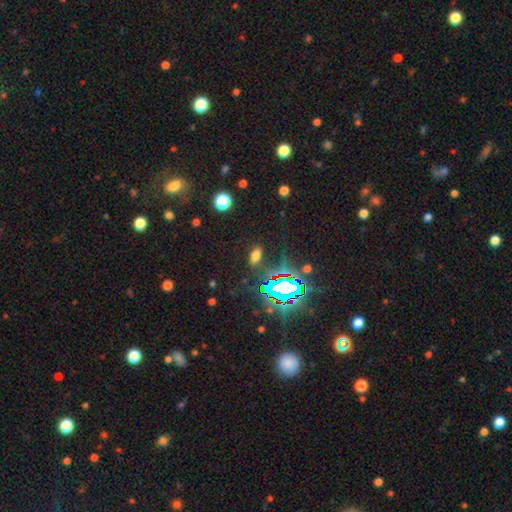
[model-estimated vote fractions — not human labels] Overall: smooth (59%; star or artifact 31%). How rounded: in between (82%). Merging: none (85%).